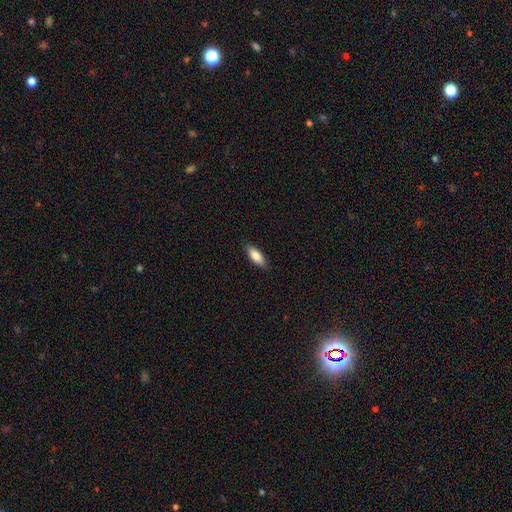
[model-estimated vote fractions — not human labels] Q: Smooth or featured?
A: smooth (80%); runner-up: featured or disk (14%)
Q: How rounded?
A: in between (71%); runner-up: cigar-shaped (26%)
Q: Merging?
A: none (87%); runner-up: minor disturbance (10%)